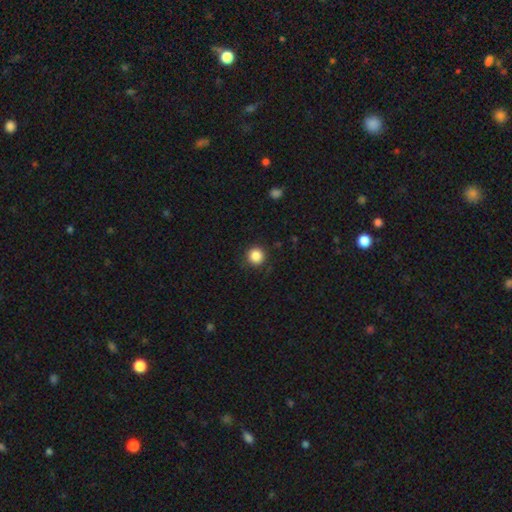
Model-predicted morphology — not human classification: smooth 86%, star or artifact 11%, featured or disk 3%. Down the decision tree: how rounded — round (95%); merging — none (88%).